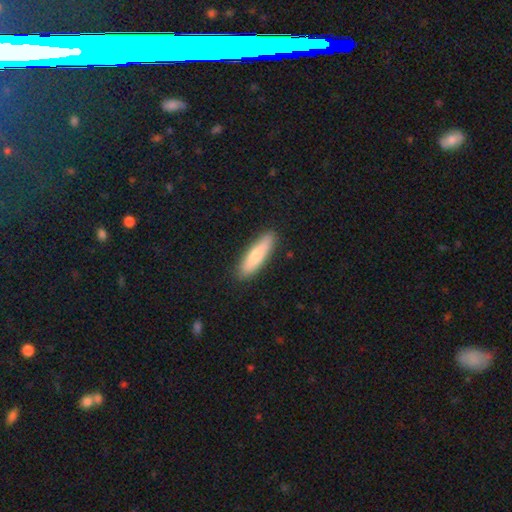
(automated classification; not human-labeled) Smooth or featured? Predicted: smooth (p=0.75). How rounded? Predicted: cigar-shaped (p=0.69). Merging? Predicted: none (p=0.89).